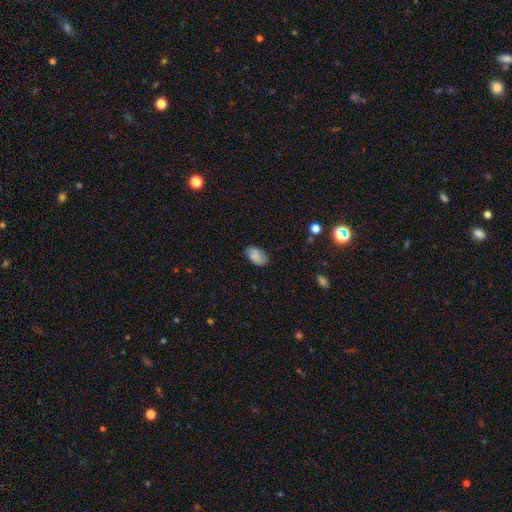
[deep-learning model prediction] Smooth or featured? smooth (81%)
How rounded? in between (92%)
Merging? none (80%)